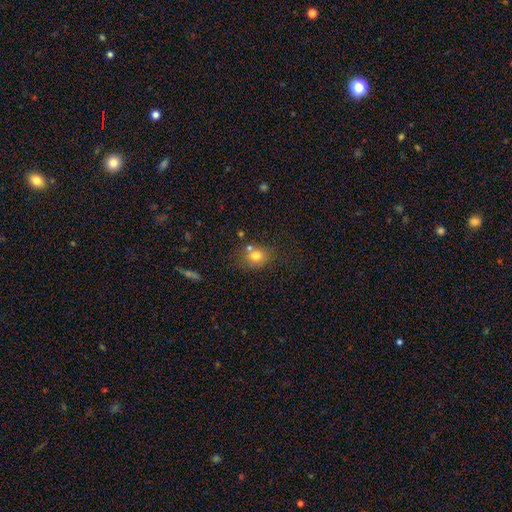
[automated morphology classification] Smooth or featured?
  - smooth: 75% *
  - star or artifact: 12%
  - featured or disk: 12%
How rounded?
  - round: 66% *
  - in between: 33%
  - cigar-shaped: 1%
Merging?
  - none: 57% *
  - merger: 22%
  - minor disturbance: 16%
  - major disturbance: 6%